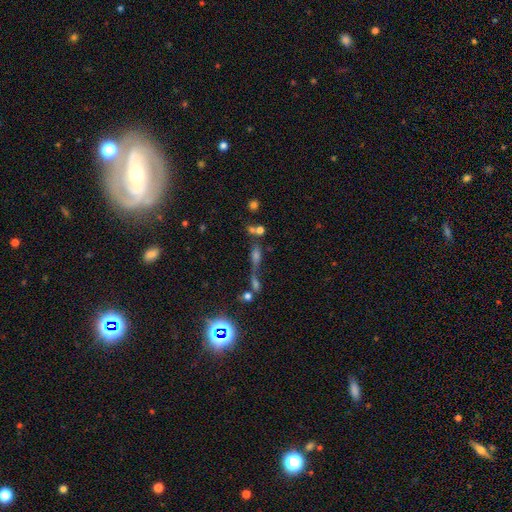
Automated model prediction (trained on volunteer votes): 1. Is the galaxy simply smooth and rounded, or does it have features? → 41% star or artifact, 30% smooth, 29% featured or disk.